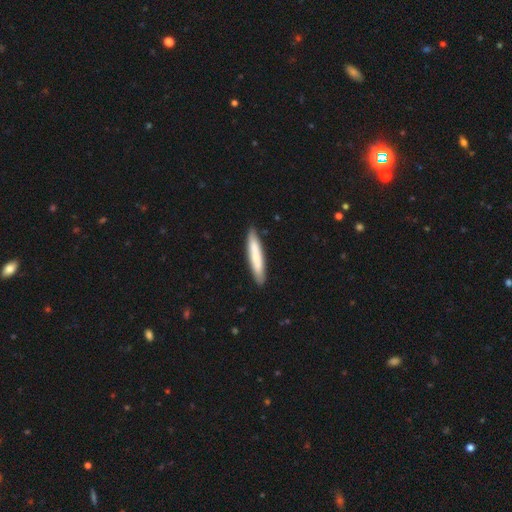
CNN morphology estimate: Q: Smooth or featured?
A: smooth (73%); runner-up: featured or disk (22%)
Q: How rounded?
A: cigar-shaped (91%); runner-up: in between (7%)
Q: Merging?
A: none (88%); runner-up: minor disturbance (9%)